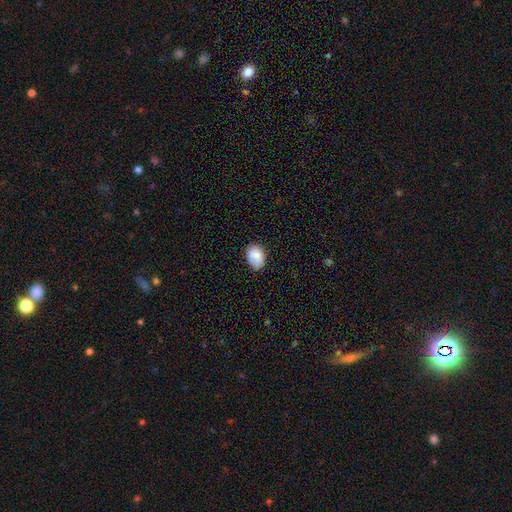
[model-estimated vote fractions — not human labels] The model was most divided on "merging": none: 66%, minor disturbance: 27%, major disturbance: 5%, merger: 2%. More confident: smooth or featured — smooth (81%); how rounded — in between (78%).